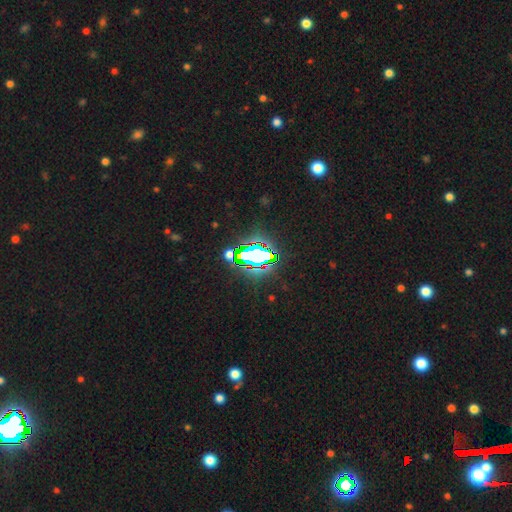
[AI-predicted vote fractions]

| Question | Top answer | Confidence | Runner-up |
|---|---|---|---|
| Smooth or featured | star or artifact | 69% | smooth (19%) |